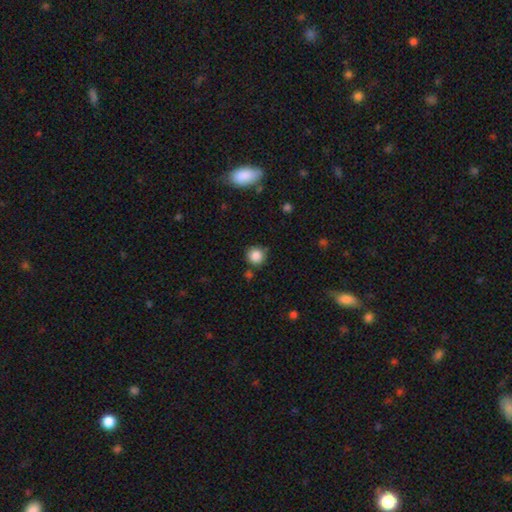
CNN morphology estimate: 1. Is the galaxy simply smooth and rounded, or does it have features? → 85% smooth, 10% star or artifact, 5% featured or disk.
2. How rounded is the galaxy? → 93% round, 6% in between, 1% cigar-shaped.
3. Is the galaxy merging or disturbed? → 81% none, 11% minor disturbance, 5% merger, 3% major disturbance.